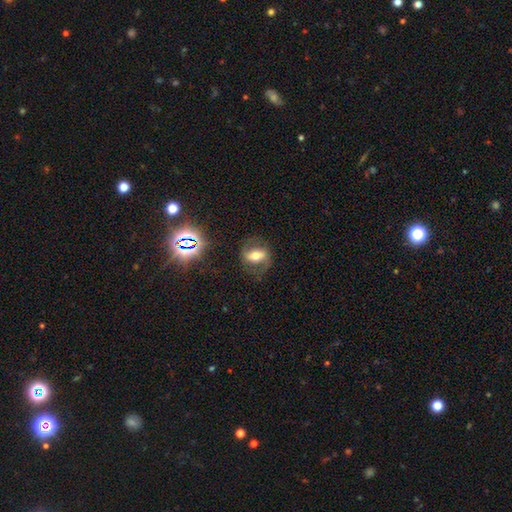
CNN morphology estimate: smooth_or_featured: featured or disk (p=0.55) [alt: smooth p=0.31]
disk_edge_on: no (p=0.91) [alt: yes p=0.09]
merging: none (p=0.70) [alt: minor disturbance p=0.17]